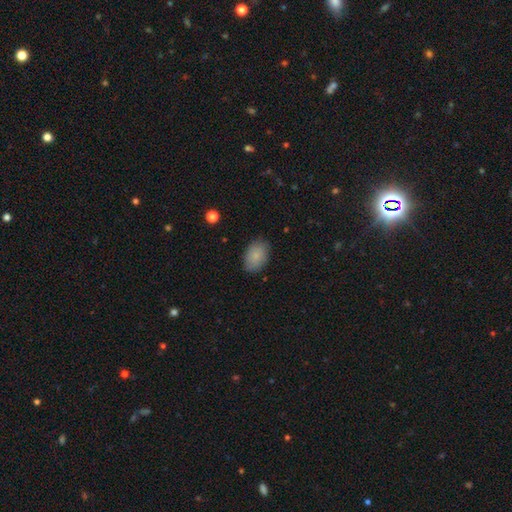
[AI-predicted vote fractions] Smooth or featured: smooth — 85% (featured or disk — 8%)
How rounded: in between — 87% (round — 11%)
Merging: none — 83% (minor disturbance — 13%)